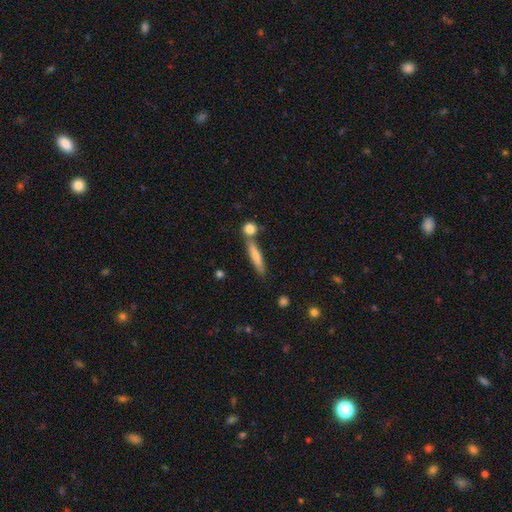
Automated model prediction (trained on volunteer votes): A smooth galaxy with no disk features (68%) that is cigar-shaped (87%). Merging: none (70%).